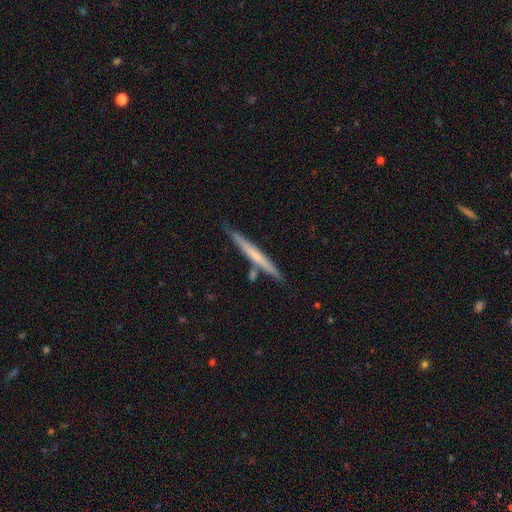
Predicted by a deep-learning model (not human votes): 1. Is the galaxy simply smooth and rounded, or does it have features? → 49% featured or disk, 46% smooth, 5% star or artifact.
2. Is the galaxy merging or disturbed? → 82% none, 11% minor disturbance, 6% merger, 2% major disturbance.